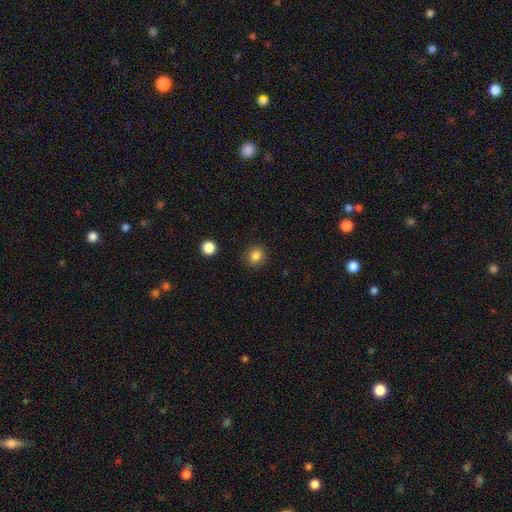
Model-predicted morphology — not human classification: Q: Smooth or featured?
A: smooth (84%); runner-up: star or artifact (11%)
Q: How rounded?
A: round (80%); runner-up: in between (19%)
Q: Merging?
A: none (88%); runner-up: minor disturbance (8%)